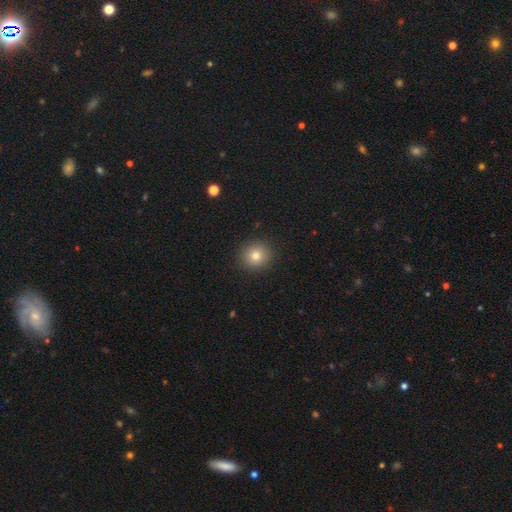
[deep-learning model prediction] This is likely a smooth galaxy (80%). How rounded: clearly round (86%). Merging: clearly none (91%).